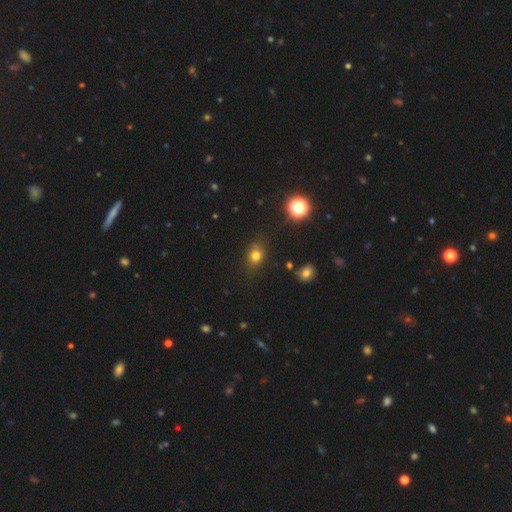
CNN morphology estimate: type=smooth (74%); roundness=round (53%); merging=none (77%).